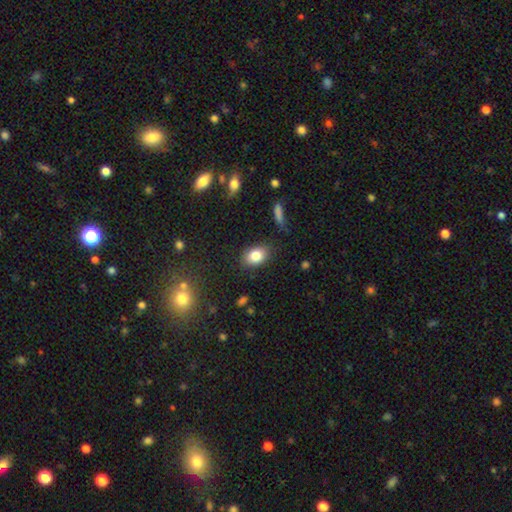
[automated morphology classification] type=smooth (82%); roundness=in between (78%); merging=none (83%).